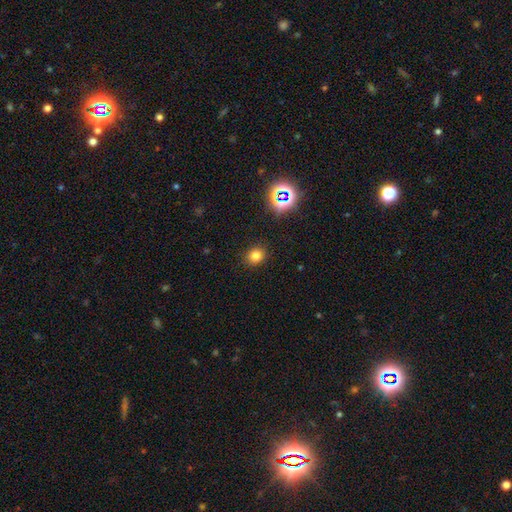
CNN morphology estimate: smooth-or-featured: smooth: 77% | star or artifact: 17% | featured or disk: 5%
  how-rounded: round: 72% | in between: 27% | cigar-shaped: 1%
  merging: none: 89% | minor disturbance: 8% | major disturbance: 3% | merger: 1%